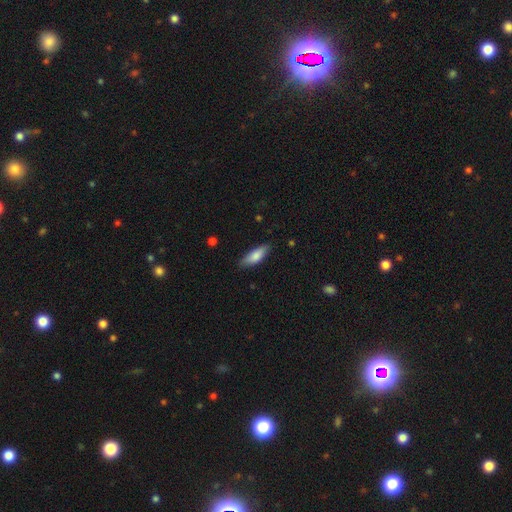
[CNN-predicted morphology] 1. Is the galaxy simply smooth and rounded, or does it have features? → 79% smooth, 15% featured or disk, 6% star or artifact.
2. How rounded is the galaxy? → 61% in between, 37% cigar-shaped, 2% round.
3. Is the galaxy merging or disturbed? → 82% none, 15% minor disturbance, 2% major disturbance, 1% merger.